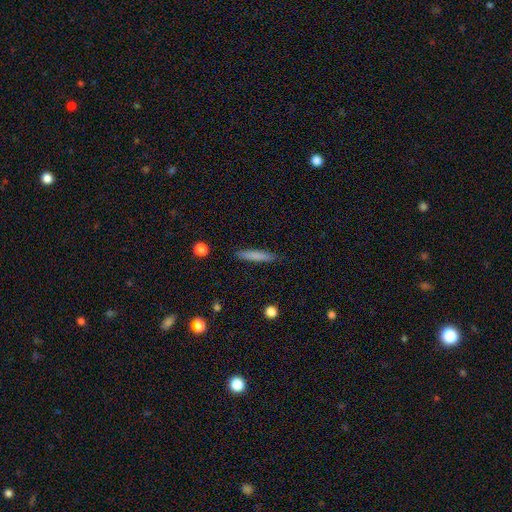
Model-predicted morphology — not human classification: The model was most divided on "smooth or featured": smooth: 78%, featured or disk: 15%, star or artifact: 7%. More confident: how rounded — cigar-shaped (92%); merging — none (87%).